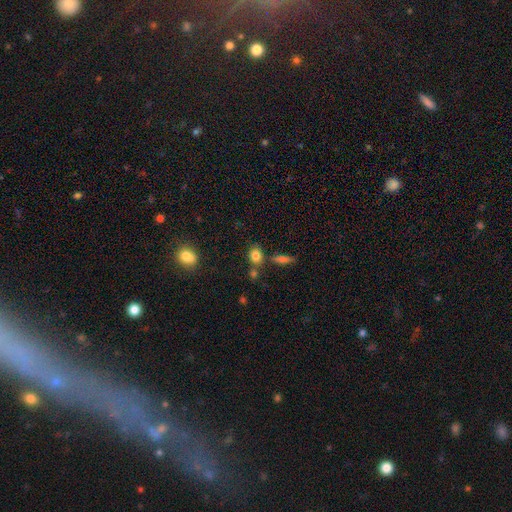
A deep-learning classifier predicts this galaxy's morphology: smooth_or_featured: smooth (p=0.81) [alt: star or artifact p=0.11]
how_rounded: round (p=0.54) [alt: in between p=0.44]
merging: none (p=0.68) [alt: merger p=0.15]